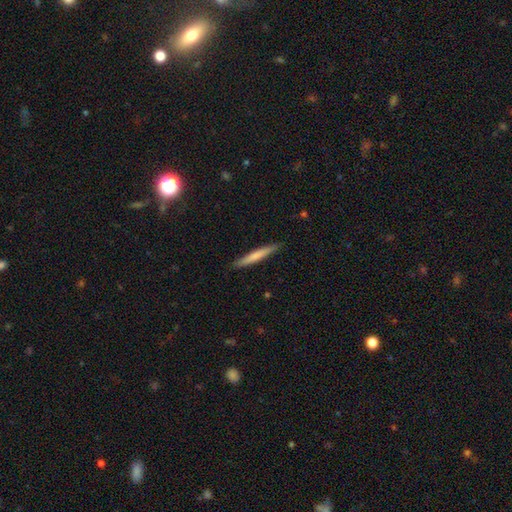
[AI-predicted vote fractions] Smooth or featured? smooth (68%)
How rounded? cigar-shaped (96%)
Merging? none (90%)